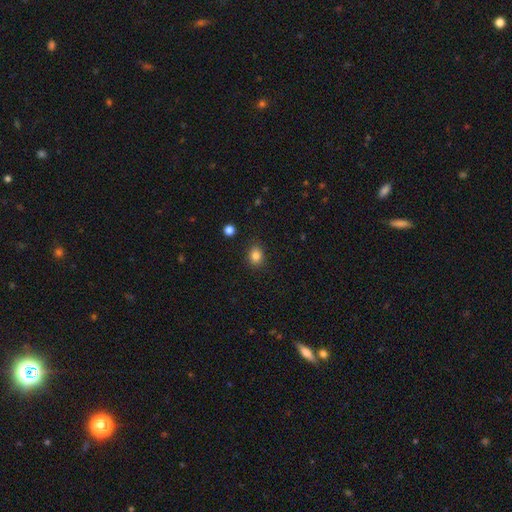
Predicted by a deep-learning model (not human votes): Smooth or featured? smooth (84%)
How rounded? round (60%)
Merging? none (88%)